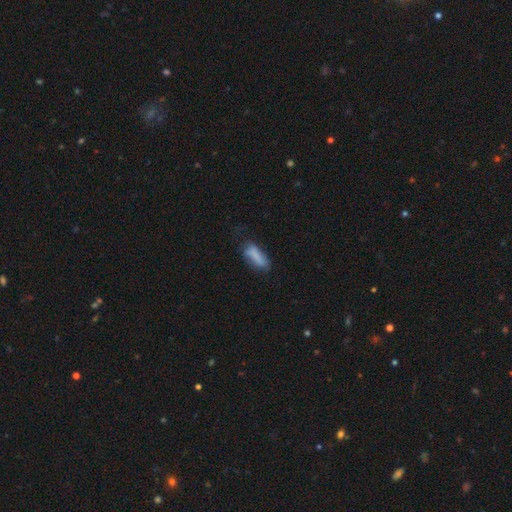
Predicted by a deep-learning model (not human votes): A smooth galaxy with no disk features (78%) that is in between round and cigar-shaped (56%).

Vote fractions:
- Smooth or featured? smooth: 78% / featured or disk: 14% / star or artifact: 8%
- How rounded? in between: 56% / cigar-shaped: 41% / round: 2%
- Merging? none: 55% / minor disturbance: 29% / major disturbance: 12% / merger: 4%